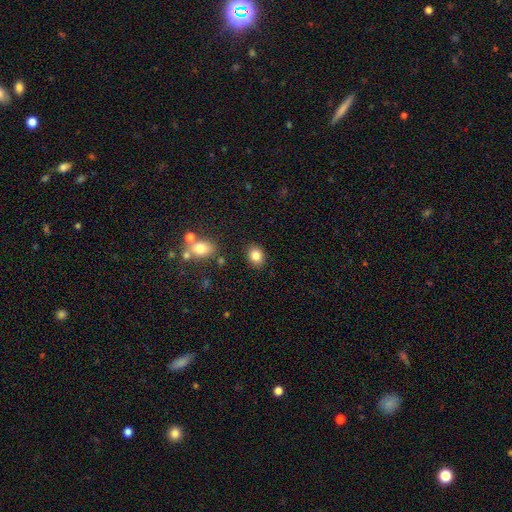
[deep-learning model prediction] The model was most divided on "how rounded": round: 51%, in between: 48%, cigar-shaped: 1%. More confident: merging — none (84%); smooth or featured — smooth (84%).